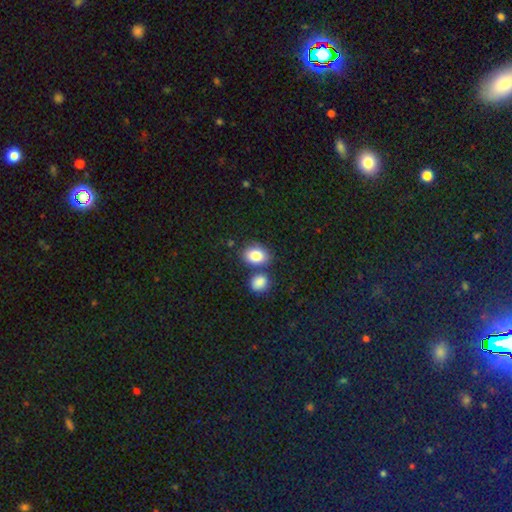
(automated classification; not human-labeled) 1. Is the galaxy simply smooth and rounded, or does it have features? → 84% smooth, 8% star or artifact, 8% featured or disk.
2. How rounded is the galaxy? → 70% in between, 29% round, 1% cigar-shaped.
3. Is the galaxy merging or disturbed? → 63% none, 21% merger, 12% minor disturbance, 3% major disturbance.